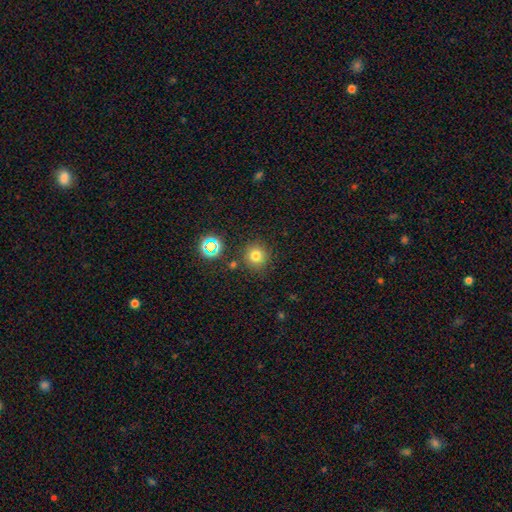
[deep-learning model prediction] smooth_or_featured: smooth (p=0.73) [alt: star or artifact p=0.19]
how_rounded: round (p=0.93) [alt: in between p=0.06]
merging: none (p=0.85) [alt: minor disturbance p=0.08]